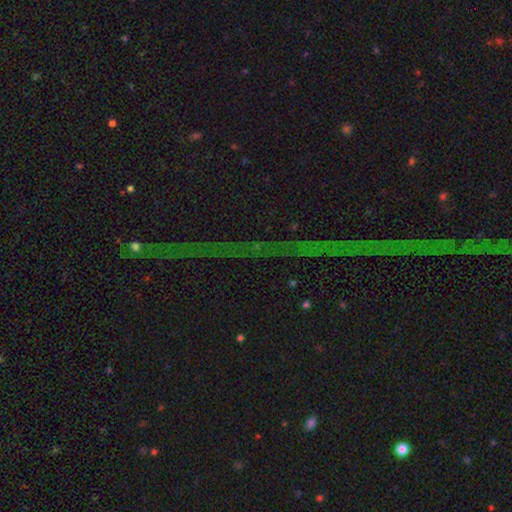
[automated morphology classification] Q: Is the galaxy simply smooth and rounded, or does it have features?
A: star or artifact — 80%.